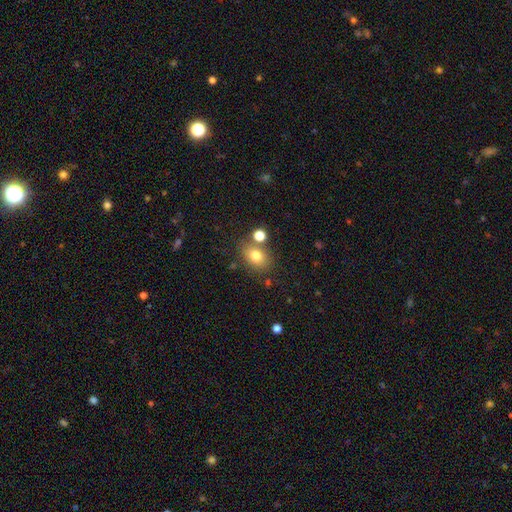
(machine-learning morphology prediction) smooth 78%, star or artifact 12%, featured or disk 10%. Down the decision tree: how rounded — in between (59%); merging — none (69%).